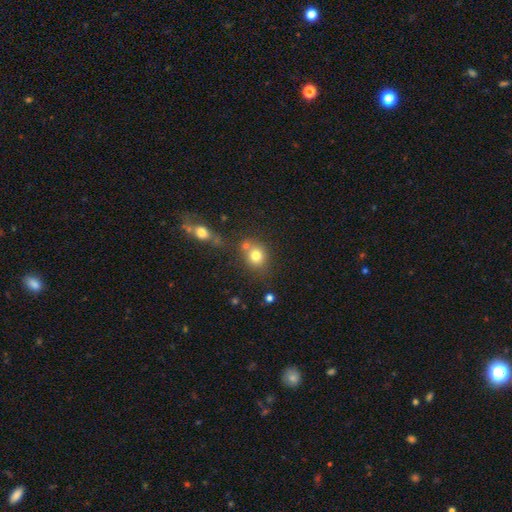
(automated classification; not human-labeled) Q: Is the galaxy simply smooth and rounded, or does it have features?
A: smooth — 78%.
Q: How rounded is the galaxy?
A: round — 75%.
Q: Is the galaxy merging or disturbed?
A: none — 61%.